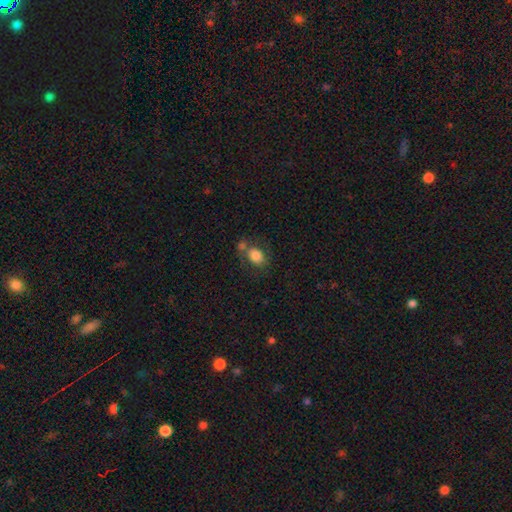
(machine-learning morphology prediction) Smooth or featured?
  - smooth: 80% *
  - featured or disk: 11%
  - star or artifact: 9%
How rounded?
  - in between: 61% *
  - round: 38%
  - cigar-shaped: 1%
Merging?
  - none: 48% *
  - merger: 28%
  - minor disturbance: 16%
  - major disturbance: 8%